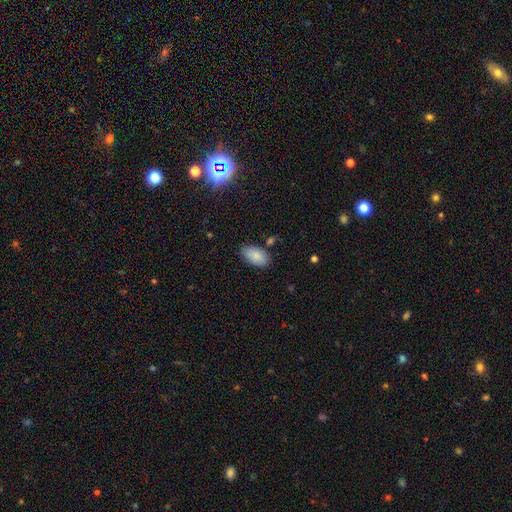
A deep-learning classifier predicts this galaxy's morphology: smooth_or_featured: smooth (p=0.85) [alt: featured or disk p=0.08]
how_rounded: in between (p=0.94) [alt: round p=0.04]
merging: none (p=0.80) [alt: minor disturbance p=0.14]